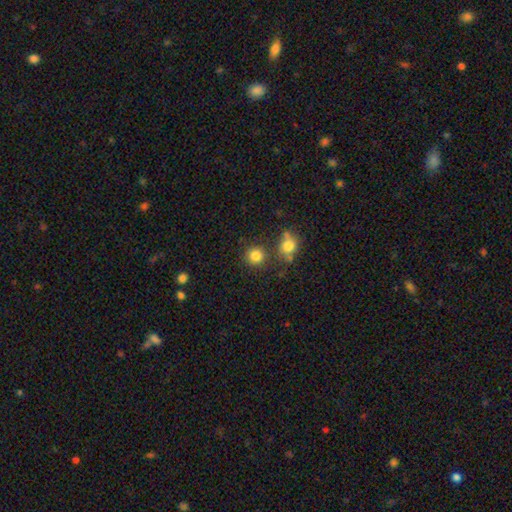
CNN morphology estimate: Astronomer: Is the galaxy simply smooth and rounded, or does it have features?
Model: smooth — 83%.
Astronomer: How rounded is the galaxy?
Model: round — 92%.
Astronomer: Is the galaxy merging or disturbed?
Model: none — 80%.